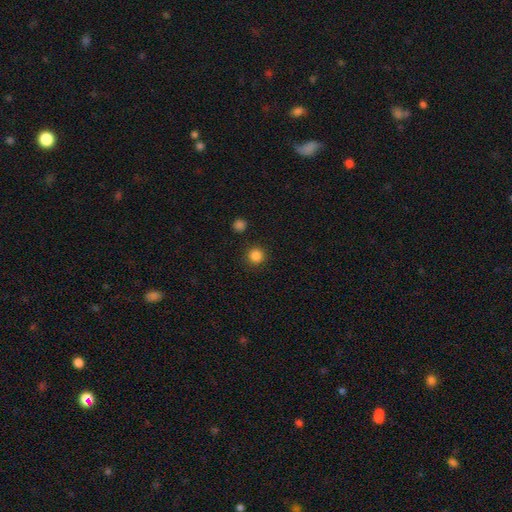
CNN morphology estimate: Smooth or featured? smooth (86%)
How rounded? round (95%)
Merging? none (91%)